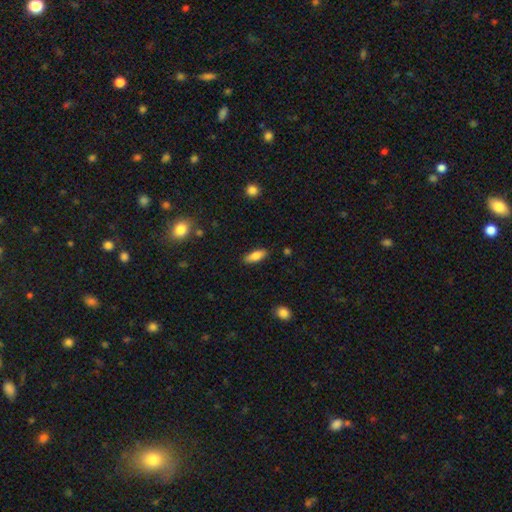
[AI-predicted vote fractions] Smooth or featured? smooth (82%)
How rounded? in between (77%)
Merging? none (86%)